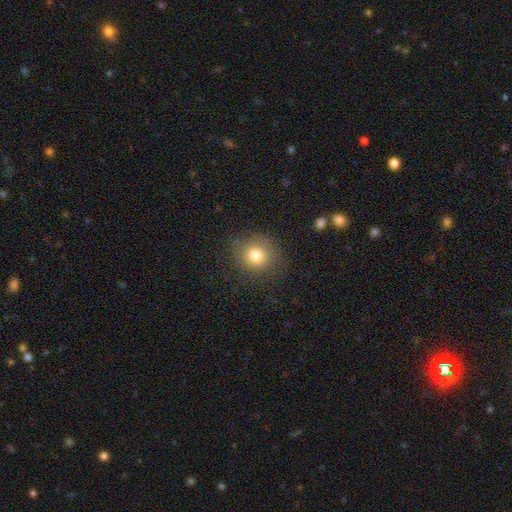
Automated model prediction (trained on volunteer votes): smooth-or-featured: smooth: 79% | star or artifact: 12% | featured or disk: 9%
  how-rounded: round: 89% | in between: 10% | cigar-shaped: 1%
  merging: none: 83% | minor disturbance: 11% | major disturbance: 5% | merger: 1%